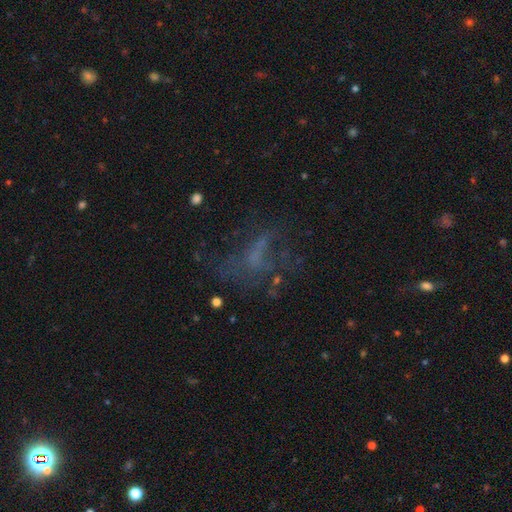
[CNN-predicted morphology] The model was most divided on "merging": none: 45%, major disturbance: 35%, minor disturbance: 16%, merger: 4%. Remaining: smooth or featured — featured or disk (43%).